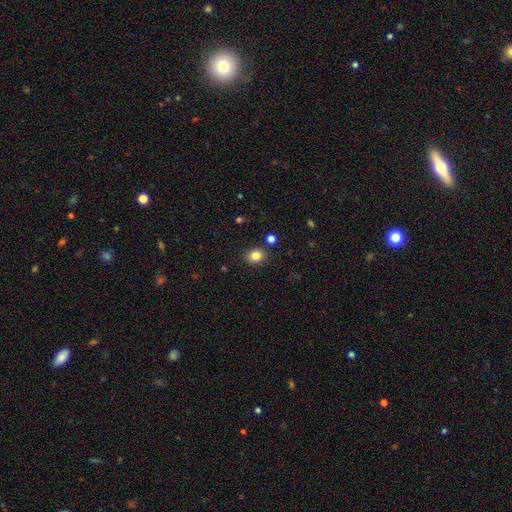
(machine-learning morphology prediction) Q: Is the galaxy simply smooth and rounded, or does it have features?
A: smooth — 84%.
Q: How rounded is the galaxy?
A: round — 59%.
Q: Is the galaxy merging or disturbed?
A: none — 86%.